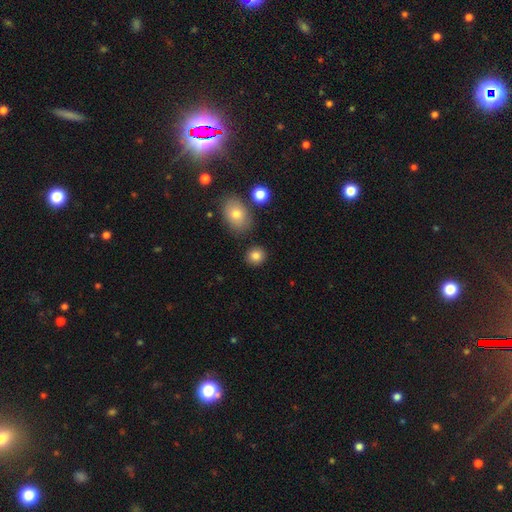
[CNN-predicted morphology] Smooth or featured? Predicted: smooth (p=0.83). How rounded? Predicted: round (p=0.79). Merging? Predicted: none (p=0.86).